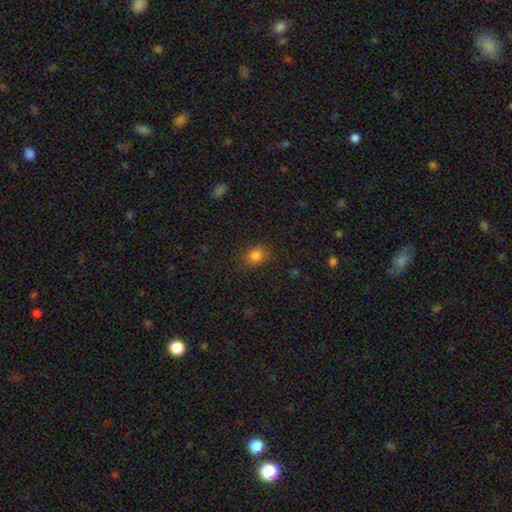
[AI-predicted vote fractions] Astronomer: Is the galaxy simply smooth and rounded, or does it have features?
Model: smooth — 82%.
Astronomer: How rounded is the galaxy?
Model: round — 56% (runner-up: in between, 43%).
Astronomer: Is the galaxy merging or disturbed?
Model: none — 83%.